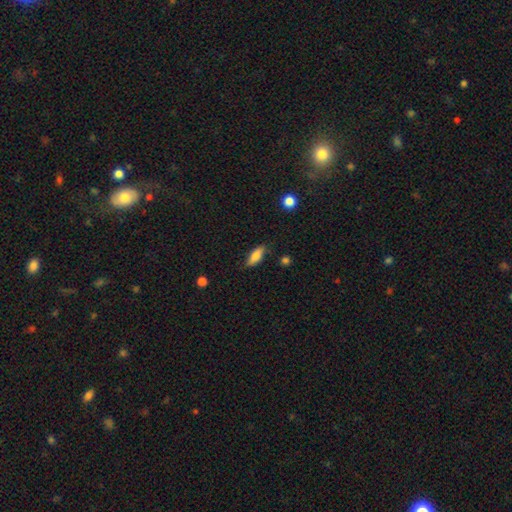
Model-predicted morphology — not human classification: Smooth or featured: smooth — 76% (featured or disk — 17%)
How rounded: in between — 69% (cigar-shaped — 28%)
Merging: none — 78% (minor disturbance — 17%)